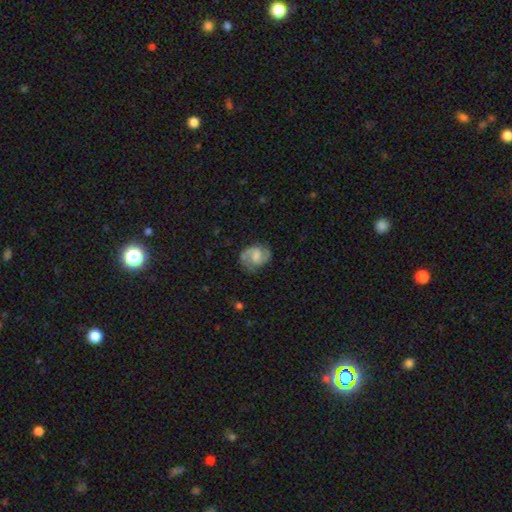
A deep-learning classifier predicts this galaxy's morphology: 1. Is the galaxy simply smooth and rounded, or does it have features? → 74% featured or disk, 19% smooth, 6% star or artifact.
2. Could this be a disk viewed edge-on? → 98% no, 2% yes.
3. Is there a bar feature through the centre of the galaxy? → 53% weak, 31% no, 16% strong.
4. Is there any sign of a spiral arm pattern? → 94% yes, 6% no.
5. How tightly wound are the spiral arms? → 53% medium, 23% tight, 23% loose.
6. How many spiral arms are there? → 87% 2, 5% can't tell, 4% 1, 1% 3, 1% 4, 1% more than 4.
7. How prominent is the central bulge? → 30% moderate (tied), 30% none (tied), 26% small, 12% large, 2% dominant.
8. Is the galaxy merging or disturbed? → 73% none, 18% minor disturbance, 7% major disturbance, 2% merger.